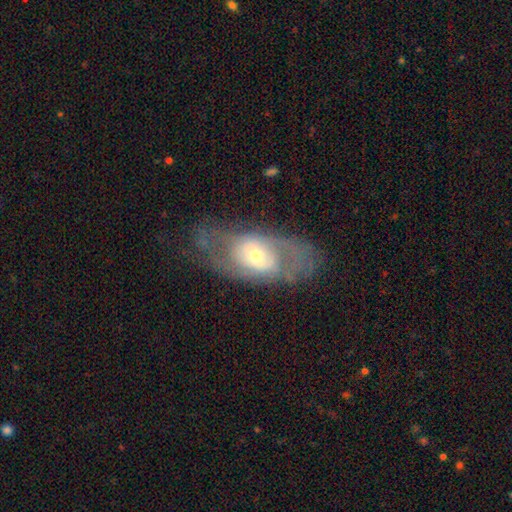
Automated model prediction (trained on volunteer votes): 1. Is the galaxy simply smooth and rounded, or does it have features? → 67% featured or disk, 25% smooth, 8% star or artifact.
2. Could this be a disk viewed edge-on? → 89% no, 11% yes.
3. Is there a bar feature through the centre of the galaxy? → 51% no, 34% weak, 15% strong.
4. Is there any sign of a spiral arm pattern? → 63% yes, 37% no.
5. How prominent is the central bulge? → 51% small, 40% moderate, 6% large, 2% dominant, 1% none.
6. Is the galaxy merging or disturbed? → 59% none, 20% minor disturbance, 19% major disturbance, 2% merger.